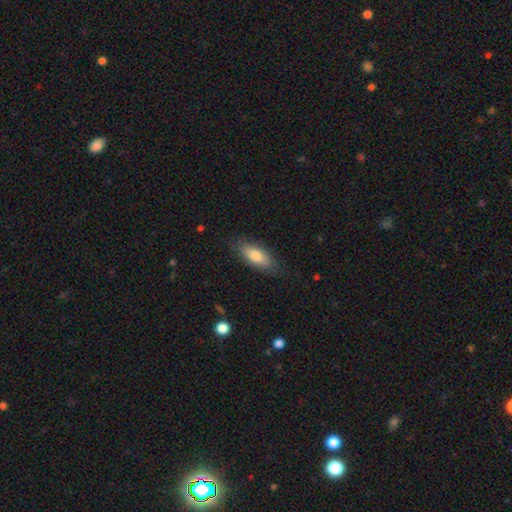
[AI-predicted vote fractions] This is likely a smooth galaxy (79%). How rounded: clearly in between (81%). Merging: clearly none (81%).